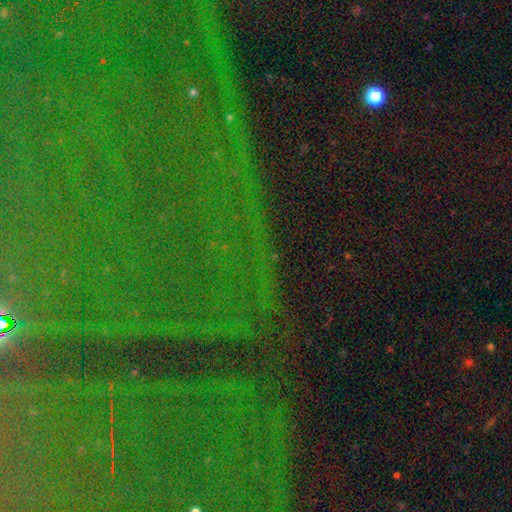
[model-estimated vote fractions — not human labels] Smooth or featured: star or artifact — 85% (featured or disk — 8%)